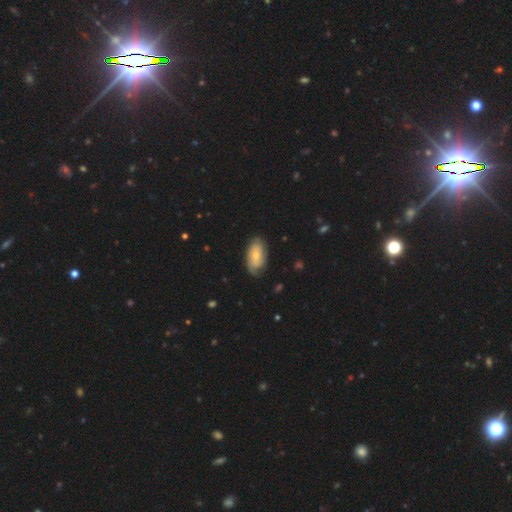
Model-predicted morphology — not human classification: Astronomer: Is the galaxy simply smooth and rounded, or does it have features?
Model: featured or disk — 48% (runner-up: smooth, 46%).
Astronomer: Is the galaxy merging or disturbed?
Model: none — 70%.